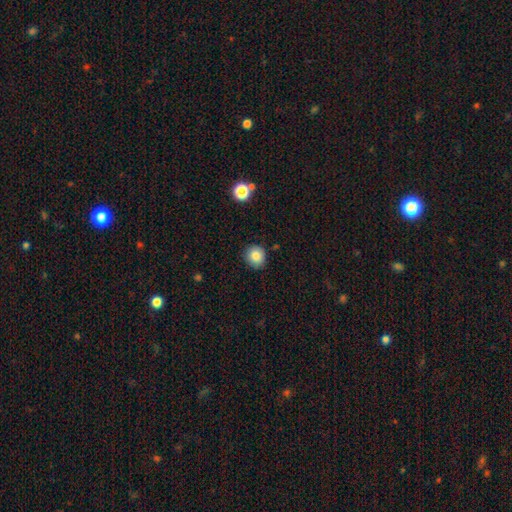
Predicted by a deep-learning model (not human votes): A smooth galaxy with no disk features (84%) that is round (89%).

Vote fractions:
- Smooth or featured? smooth: 84% / star or artifact: 10% / featured or disk: 6%
- How rounded? round: 89% / in between: 10% / cigar-shaped: 1%
- Merging? none: 87% / minor disturbance: 9% / major disturbance: 2% / merger: 2%